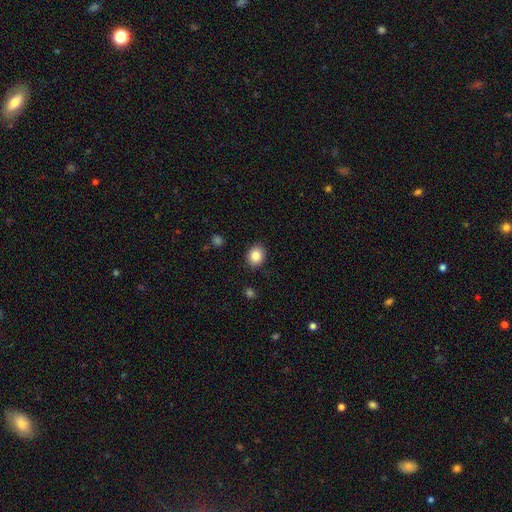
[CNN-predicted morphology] smooth 84%, star or artifact 9%, featured or disk 7%. Down the decision tree: how rounded — round (56%); merging — none (89%).